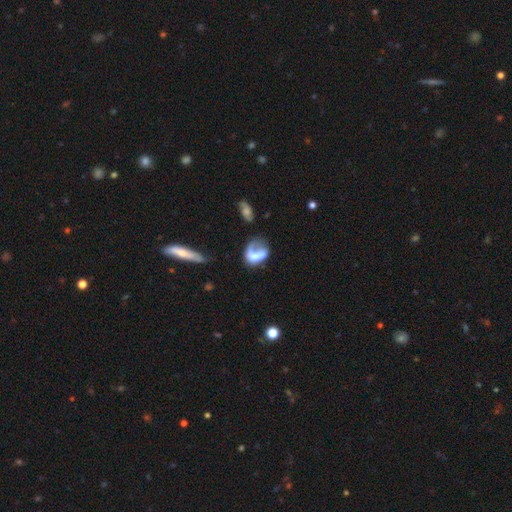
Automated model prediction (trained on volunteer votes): Q: Smooth or featured?
A: smooth (49%); runner-up: featured or disk (41%)
Q: Merging?
A: major disturbance (43%); runner-up: none (25%)